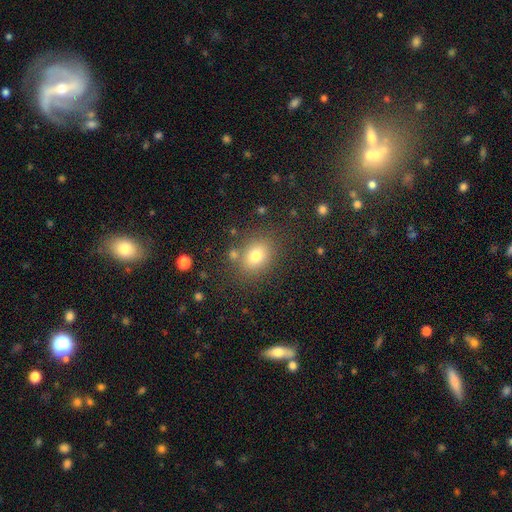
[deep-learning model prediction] Smooth or featured? smooth (76%)
How rounded? in between (52%)
Merging? none (77%)